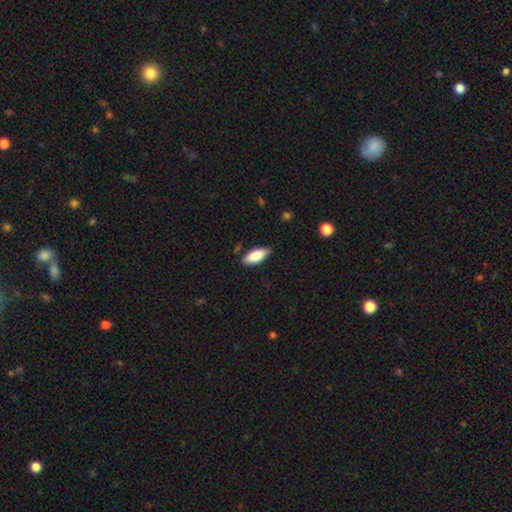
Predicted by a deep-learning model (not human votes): Smooth or featured: smooth — 86% (featured or disk — 8%)
How rounded: in between — 82% (cigar-shaped — 16%)
Merging: none — 84% (minor disturbance — 13%)